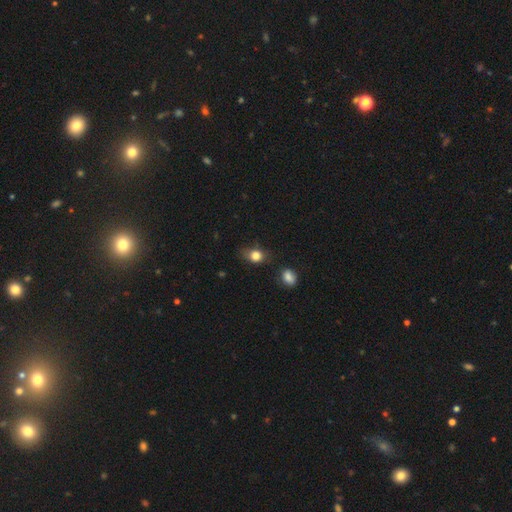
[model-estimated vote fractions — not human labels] Overall: smooth (80%). How rounded: in between (55%; round 43%). Merging: none (60%; minor disturbance 28%).